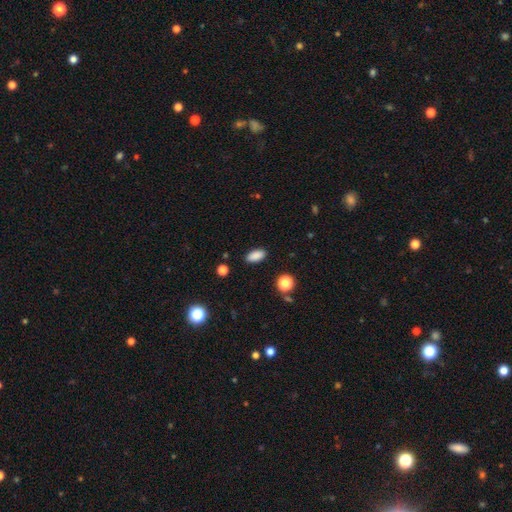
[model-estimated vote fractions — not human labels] This is clearly a smooth galaxy (87%). How rounded: clearly in between (90%). Merging: clearly none (88%).